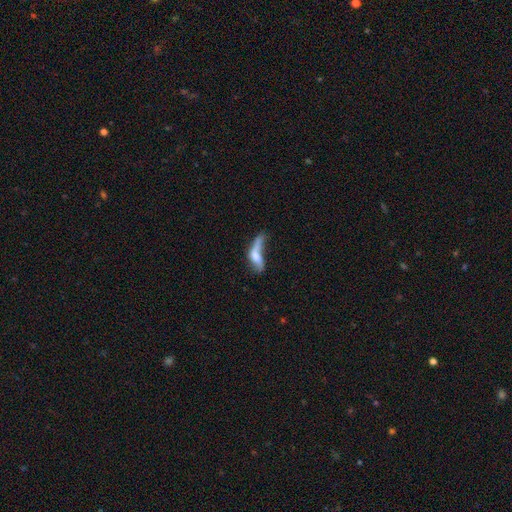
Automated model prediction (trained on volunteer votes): Overall: smooth (51%; featured or disk 40%). How rounded: in between (53%; cigar-shaped 42%). Merging: major disturbance (38%; merger 24%).